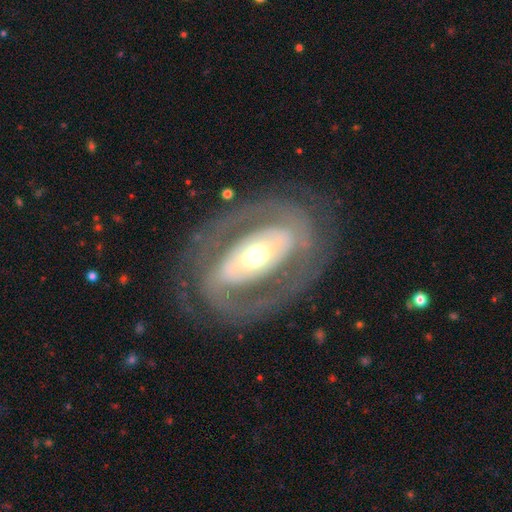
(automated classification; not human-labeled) Overall: featured or disk (82%). Edge-on disk: no (94%). Bar: no (40%; strong 36%). Spiral arms: yes (67%; no 33%). Spiral arm count: 2 (77%). Spiral winding: tight (51%; medium 34%). Bulge size: moderate (59%; small 19%). Merging: none (78%).